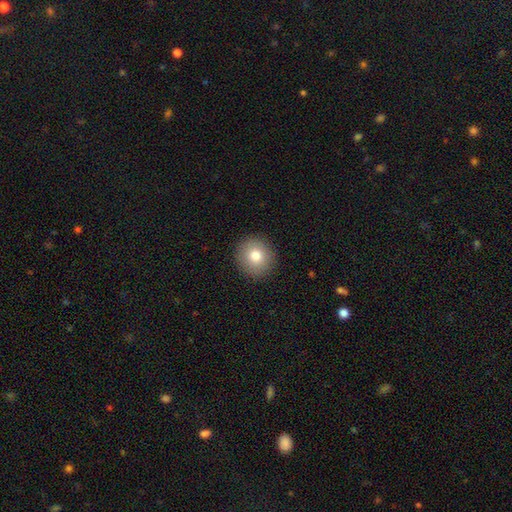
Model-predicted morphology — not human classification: A smooth galaxy with no disk features (80%) that is round (90%).

Vote fractions:
- Smooth or featured? smooth: 80% / featured or disk: 11% / star or artifact: 9%
- How rounded? round: 90% / in between: 9% / cigar-shaped: 1%
- Merging? none: 91% / minor disturbance: 6% / major disturbance: 2% / merger: 1%